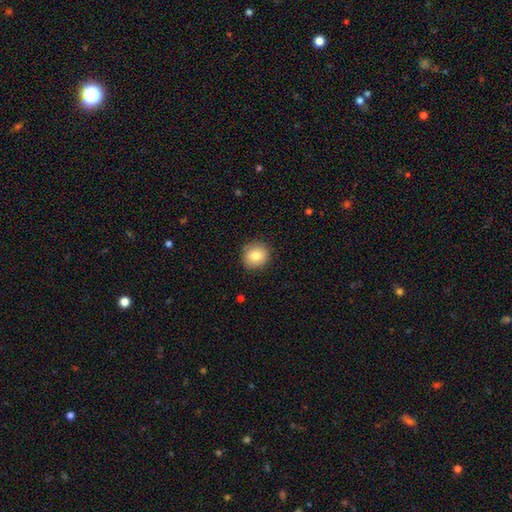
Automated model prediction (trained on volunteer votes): A smooth galaxy with no disk features (82%) that is round (88%). Merging: none (87%).